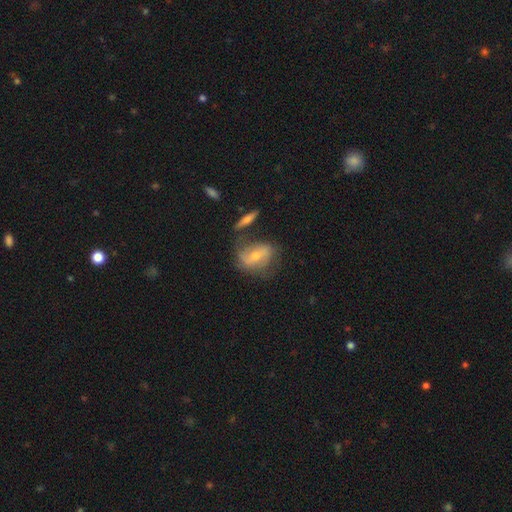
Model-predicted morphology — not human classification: The model was most divided on "smooth or featured": featured or disk: 54%, smooth: 38%, star or artifact: 8%. More confident: edge-on disk — no (89%); merging — none (53%).